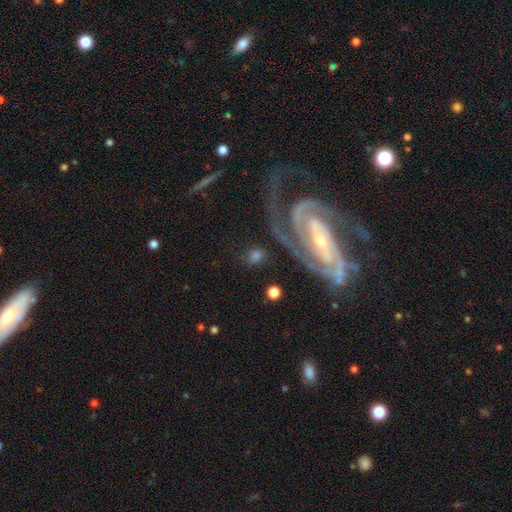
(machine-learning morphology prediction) type=featured or disk (51%); edge-on=no (92%); merging=none (72%).